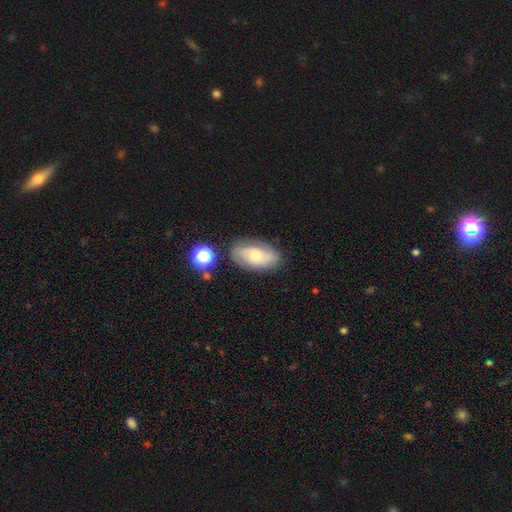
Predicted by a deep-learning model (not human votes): Q: Smooth or featured?
A: featured or disk (55%); runner-up: smooth (36%)
Q: Edge-on disk?
A: no (93%); runner-up: yes (7%)
Q: Bar?
A: no (61%); runner-up: weak (33%)
Q: Spiral arms?
A: yes (82%); runner-up: no (18%)
Q: Bulge size?
A: moderate (51%); runner-up: small (40%)
Q: Merging?
A: none (74%); runner-up: minor disturbance (17%)